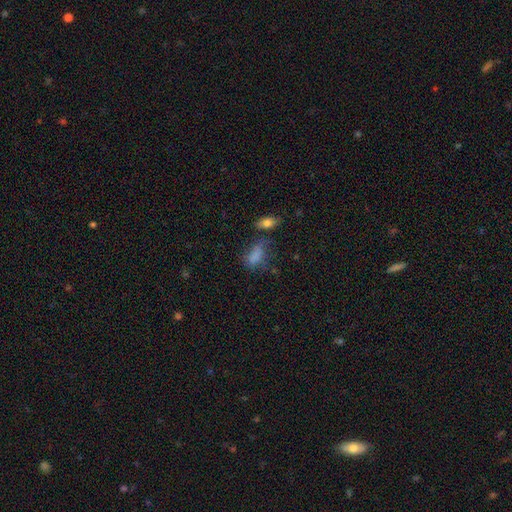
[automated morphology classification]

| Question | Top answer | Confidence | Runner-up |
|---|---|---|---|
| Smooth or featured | smooth | 77% | star or artifact (13%) |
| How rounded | in between | 84% | round (9%) |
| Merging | none | 44% | minor disturbance (25%) |